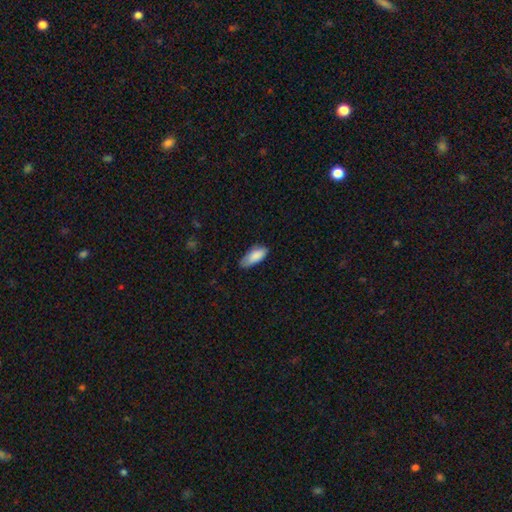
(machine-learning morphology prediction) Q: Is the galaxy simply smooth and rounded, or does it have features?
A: smooth — 86%.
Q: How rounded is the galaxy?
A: in between — 82%.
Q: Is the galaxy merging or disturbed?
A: none — 62%.